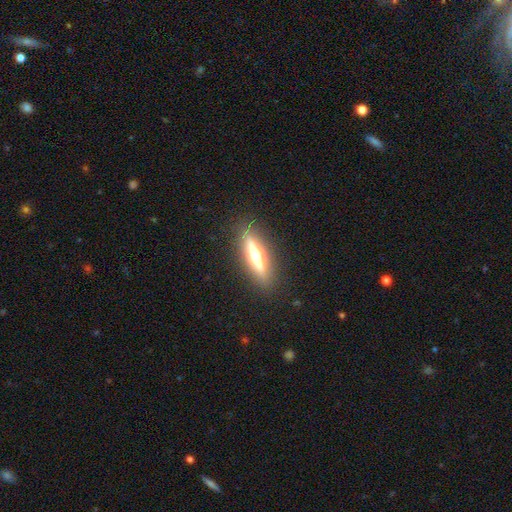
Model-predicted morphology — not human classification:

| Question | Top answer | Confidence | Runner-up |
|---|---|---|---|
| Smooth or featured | featured or disk | 64% | smooth (29%) |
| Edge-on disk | yes | 92% | no (8%) |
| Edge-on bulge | rounded | 93% | boxy (3%) |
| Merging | none | 88% | minor disturbance (8%) |